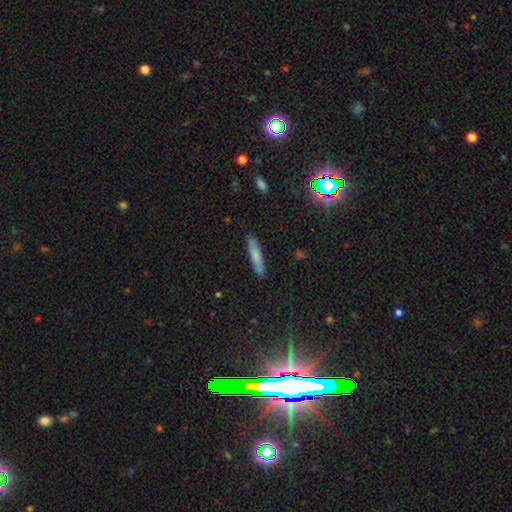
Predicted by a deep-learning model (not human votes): Overall: smooth (72%). How rounded: cigar-shaped (90%). Merging: none (87%).